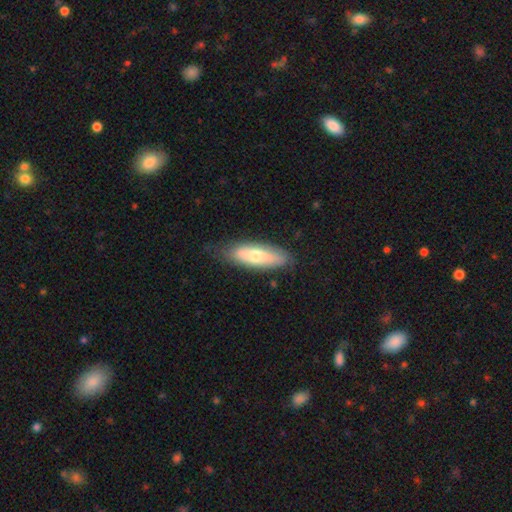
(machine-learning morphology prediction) smooth_or_featured: smooth (p=0.61) [alt: featured or disk p=0.33]
how_rounded: in between (p=0.57) [alt: cigar-shaped p=0.41]
merging: none (p=0.76) [alt: minor disturbance p=0.19]